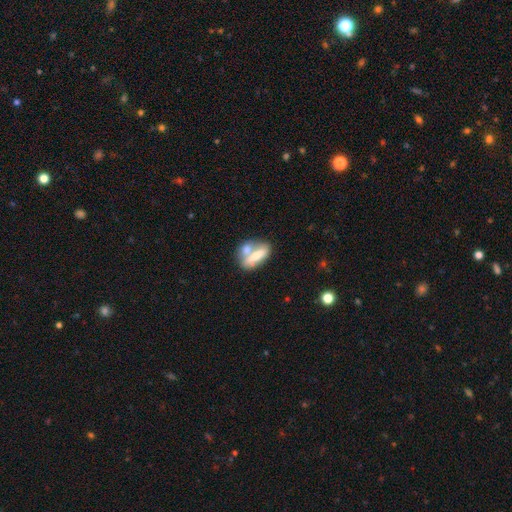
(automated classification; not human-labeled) This appears to be a smooth galaxy with no disk features (57%) that is in between round and cigar-shaped (72%). Merging: merger (49%).